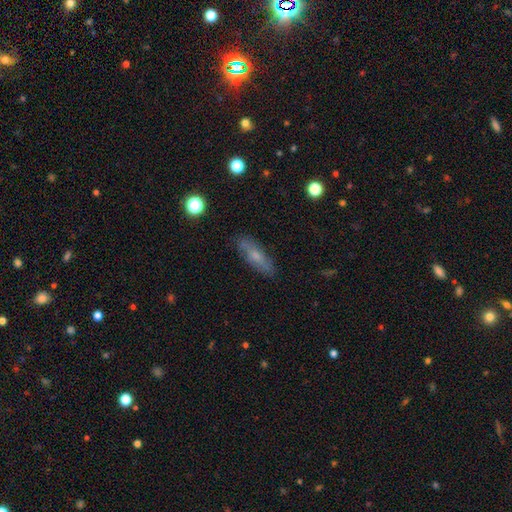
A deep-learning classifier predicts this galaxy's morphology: smooth_or_featured: smooth (p=0.53) [alt: featured or disk p=0.38]
how_rounded: in between (p=0.50) [alt: cigar-shaped p=0.47]
merging: none (p=0.82) [alt: minor disturbance p=0.14]